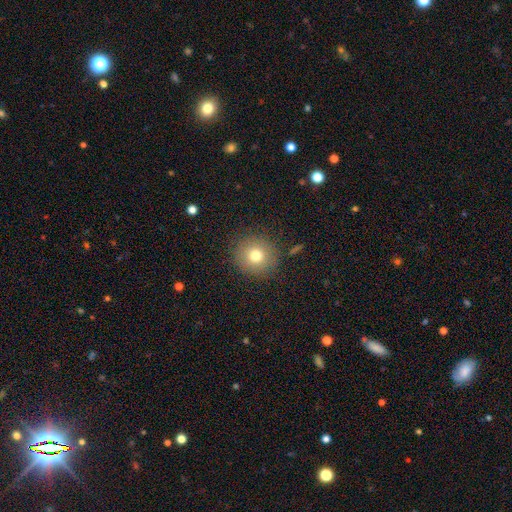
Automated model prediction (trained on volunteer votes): This is likely a smooth galaxy (77%). How rounded: clearly round (92%). Merging: clearly none (87%).